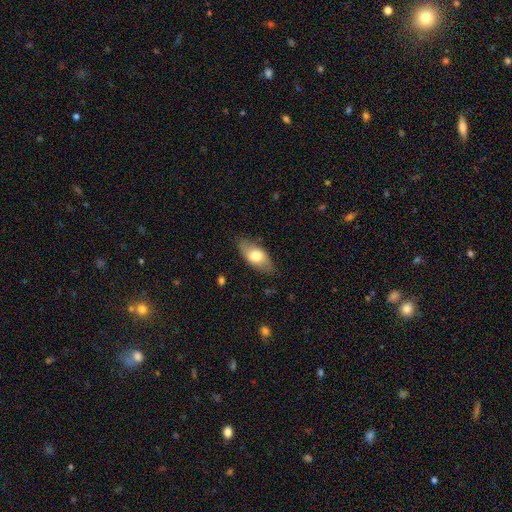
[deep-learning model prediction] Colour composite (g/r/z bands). It shows a smooth galaxy with no disk features (69%) that is in between round and cigar-shaped (90%). Merging: none (80%).